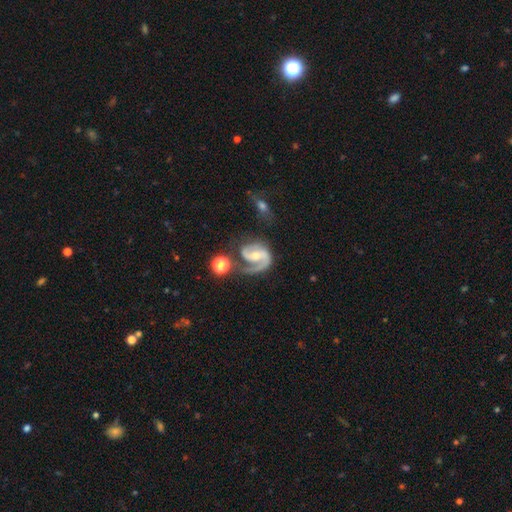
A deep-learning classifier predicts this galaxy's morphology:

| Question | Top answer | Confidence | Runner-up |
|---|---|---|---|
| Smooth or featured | featured or disk | 90% | smooth (5%) |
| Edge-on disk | no | 98% | yes (2%) |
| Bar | weak | 42% | no (33%) |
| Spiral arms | yes | 97% | no (3%) |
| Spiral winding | medium | 54% | tight (26%) |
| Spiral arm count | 2 | 67% | 1 (26%) |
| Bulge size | moderate | 53% | small (42%) |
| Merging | none | 54% | minor disturbance (21%) |